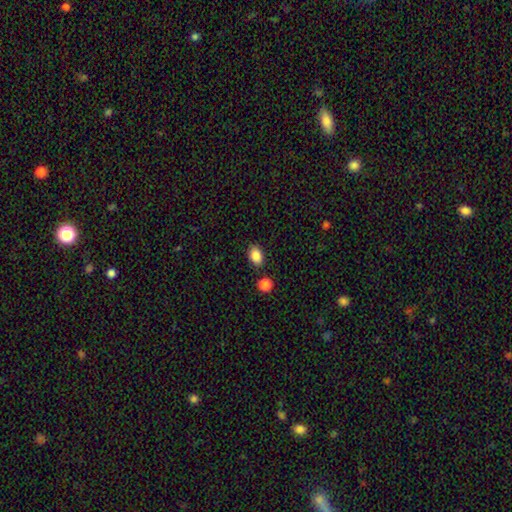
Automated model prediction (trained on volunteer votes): Smooth or featured?
  - smooth: 86% *
  - star or artifact: 9%
  - featured or disk: 5%
How rounded?
  - in between: 83% *
  - round: 16%
  - cigar-shaped: 1%
Merging?
  - none: 83% *
  - minor disturbance: 10%
  - merger: 4%
  - major disturbance: 2%